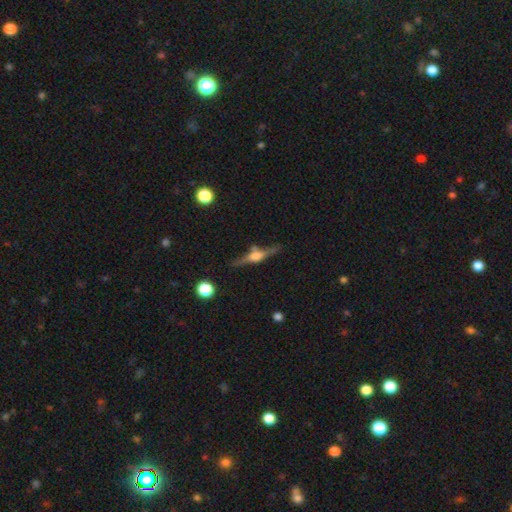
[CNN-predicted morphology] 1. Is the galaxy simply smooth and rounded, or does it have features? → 75% featured or disk, 18% smooth, 7% star or artifact.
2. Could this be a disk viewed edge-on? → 96% yes, 4% no.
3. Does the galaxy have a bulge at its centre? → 76% rounded, 20% boxy, 4% none.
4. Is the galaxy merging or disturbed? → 78% none, 13% minor disturbance, 5% merger, 4% major disturbance.